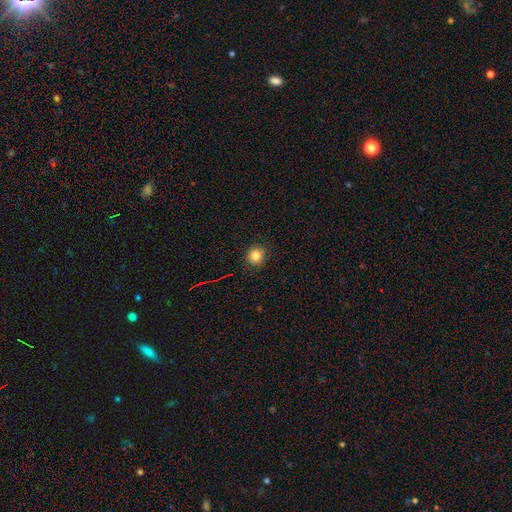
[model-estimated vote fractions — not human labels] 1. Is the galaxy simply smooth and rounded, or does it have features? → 81% smooth, 12% star or artifact, 6% featured or disk.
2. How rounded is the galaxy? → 90% round, 9% in between, 1% cigar-shaped.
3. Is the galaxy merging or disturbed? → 89% none, 8% minor disturbance, 2% major disturbance, 1% merger.